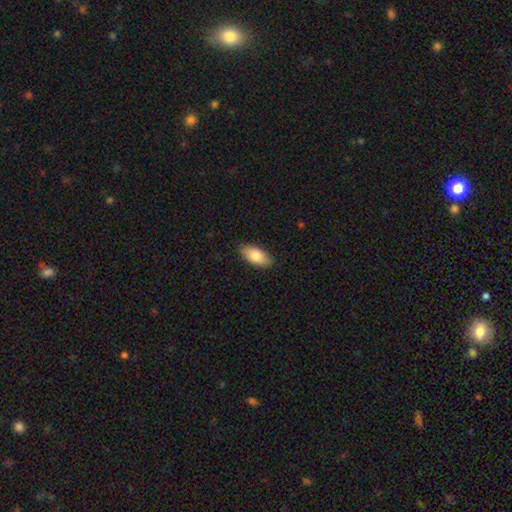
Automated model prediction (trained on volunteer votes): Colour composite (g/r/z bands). It shows a smooth galaxy with no disk features (80%) that is in between round and cigar-shaped (89%). Merging: none (87%).